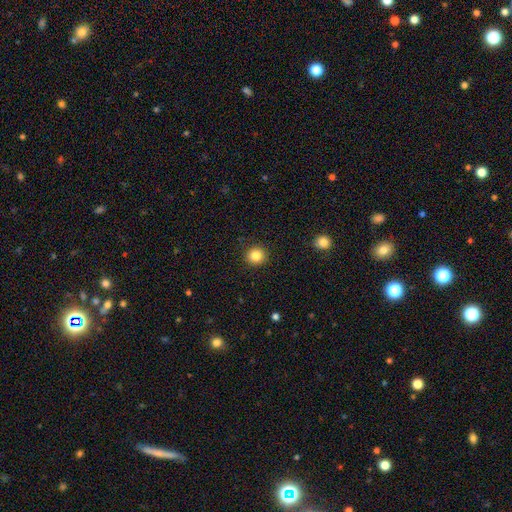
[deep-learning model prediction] smooth 84%, star or artifact 11%, featured or disk 5%. Down the decision tree: how rounded — round (92%); merging — none (92%).